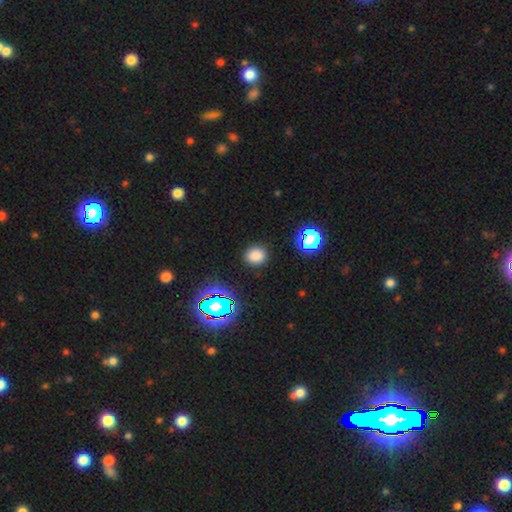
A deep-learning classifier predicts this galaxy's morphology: Smooth or featured? smooth (78%)
How rounded? round (74%)
Merging? none (89%)